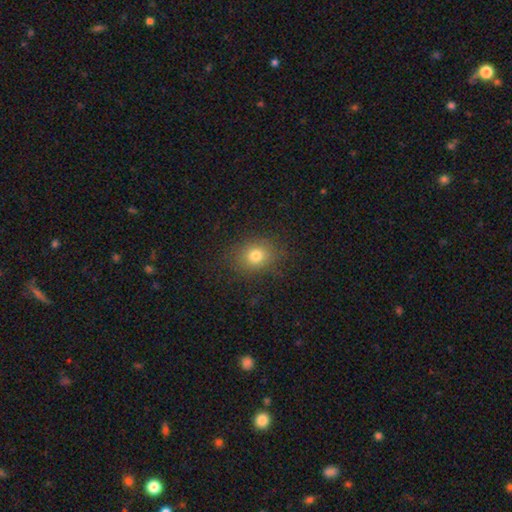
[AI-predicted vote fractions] Morphology: type=smooth (77%); roundness=round (59%); merging=none (83%).